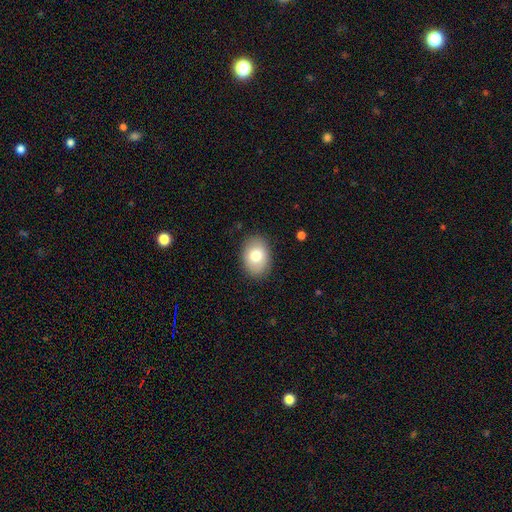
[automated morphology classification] Smooth or featured: smooth — 78% (featured or disk — 14%)
How rounded: in between — 78% (round — 21%)
Merging: none — 86% (minor disturbance — 10%)